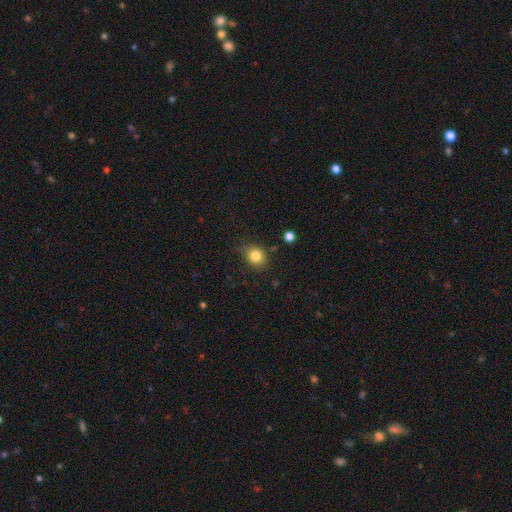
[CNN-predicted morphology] A smooth galaxy with no disk features (81%) that is round (64%).

Vote fractions:
- Smooth or featured? smooth: 81% / star or artifact: 11% / featured or disk: 7%
- How rounded? round: 64% / in between: 35% / cigar-shaped: 1%
- Merging? none: 70% / minor disturbance: 22% / major disturbance: 5% / merger: 3%